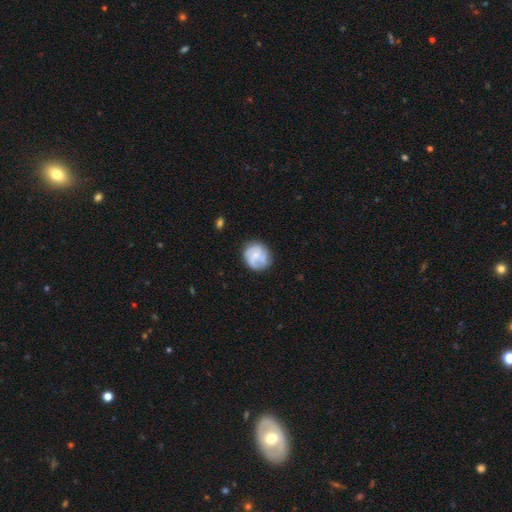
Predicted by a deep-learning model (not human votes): featured or disk 48%, smooth 45%, star or artifact 7%. Down the decision tree: merging — none (72%).